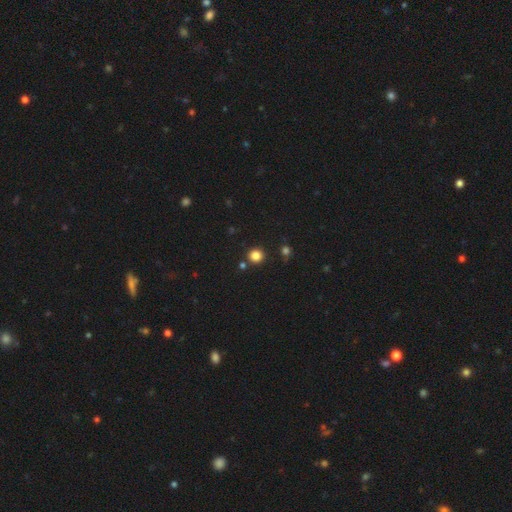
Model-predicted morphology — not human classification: Overall: smooth (83%). How rounded: round (92%). Merging: none (87%).